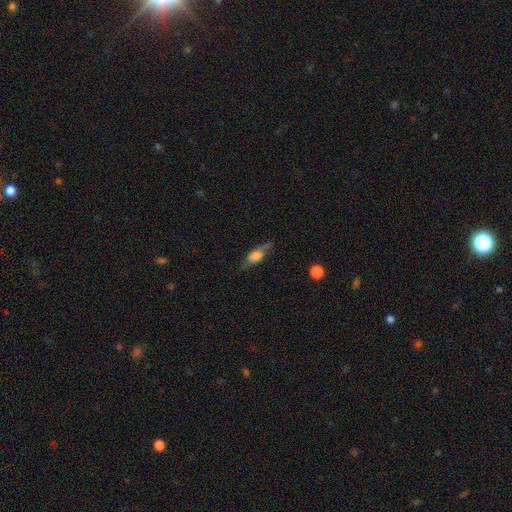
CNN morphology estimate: smooth_or_featured: featured or disk (p=0.50) [alt: smooth p=0.42]
disk_edge_on: yes (p=0.86) [alt: no p=0.14]
merging: none (p=0.72) [alt: minor disturbance p=0.19]